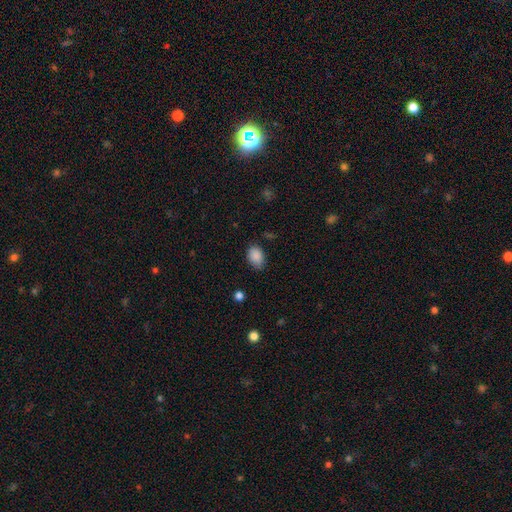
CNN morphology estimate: Overall: smooth (88%). How rounded: in between (76%). Merging: none (73%).